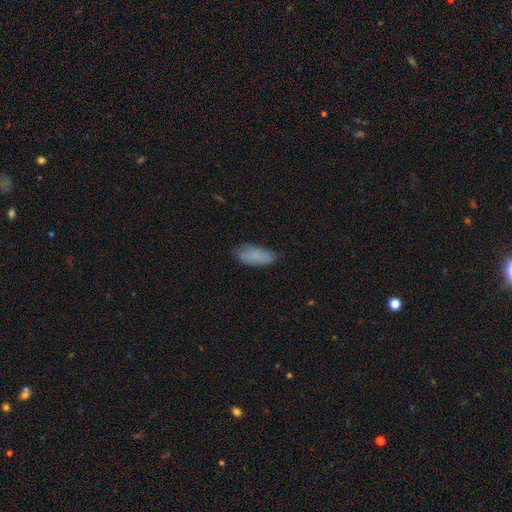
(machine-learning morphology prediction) Smooth or featured? Predicted: smooth (p=0.82). How rounded? Predicted: in between (p=0.82). Merging? Predicted: none (p=0.70).